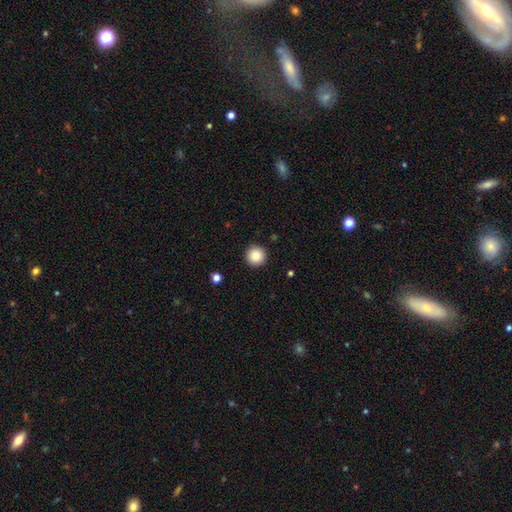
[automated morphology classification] type=smooth (85%); roundness=round (96%); merging=none (93%).